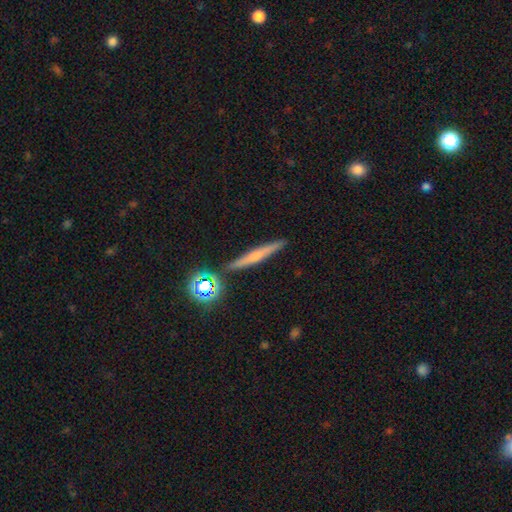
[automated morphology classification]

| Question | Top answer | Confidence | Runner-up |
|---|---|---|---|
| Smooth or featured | featured or disk | 49% | smooth (39%) |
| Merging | none | 88% | minor disturbance (7%) |